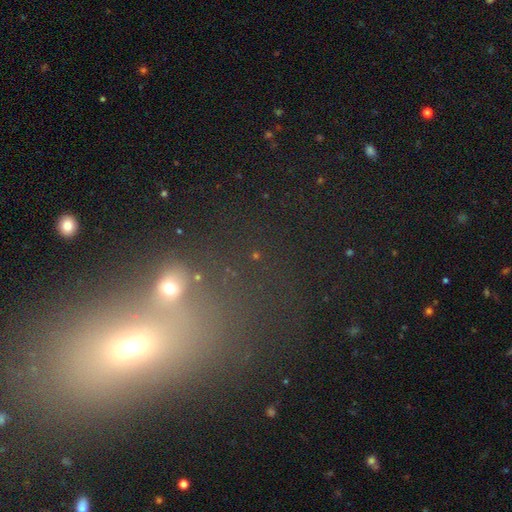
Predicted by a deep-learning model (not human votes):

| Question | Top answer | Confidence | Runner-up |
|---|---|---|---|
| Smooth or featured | star or artifact | 50% | smooth (37%) |